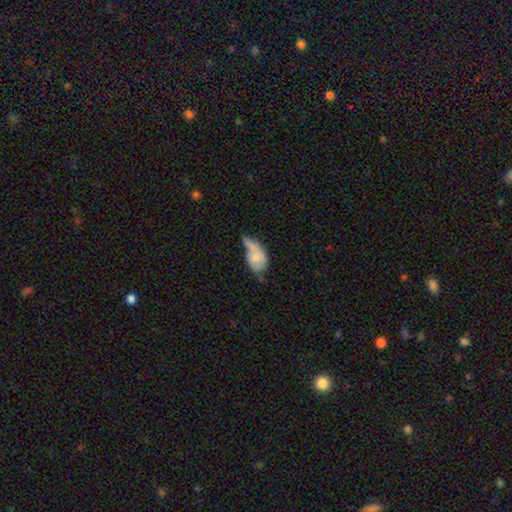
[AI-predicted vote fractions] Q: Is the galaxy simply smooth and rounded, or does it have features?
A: smooth — 69%.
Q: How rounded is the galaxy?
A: in between — 83%.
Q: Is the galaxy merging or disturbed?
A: major disturbance — 32%.